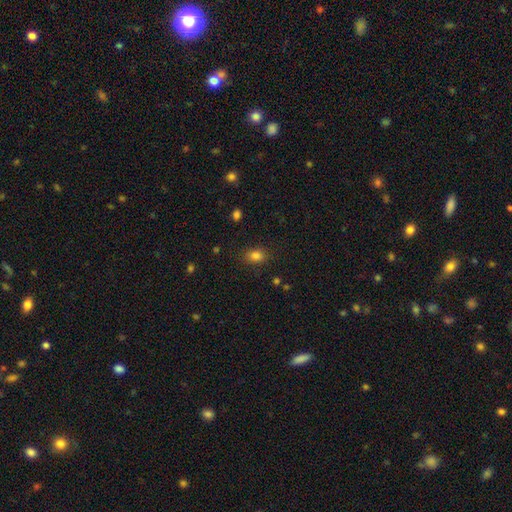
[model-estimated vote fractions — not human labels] A smooth galaxy with no disk features (82%) that is in between round and cigar-shaped (66%). Merging: none (83%).